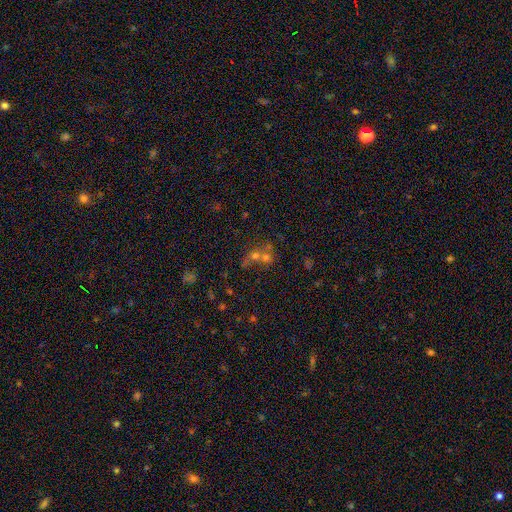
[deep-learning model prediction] smooth 49%, star or artifact 29%, featured or disk 22%. Down the decision tree: merging — merger (56%).